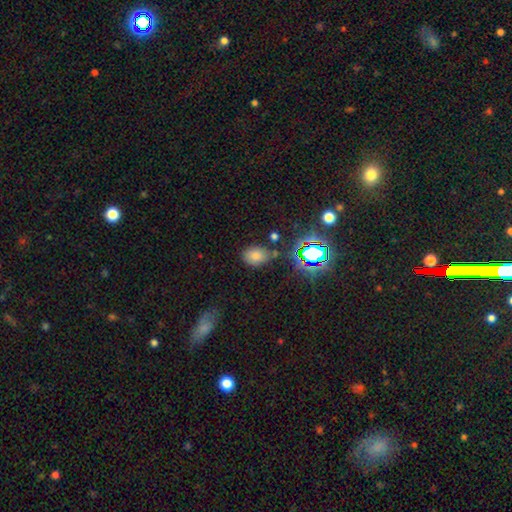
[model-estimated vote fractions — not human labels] Smooth or featured?
  - smooth: 62% *
  - star or artifact: 29%
  - featured or disk: 9%
How rounded?
  - in between: 69% *
  - round: 29%
  - cigar-shaped: 2%
Merging?
  - none: 77% *
  - minor disturbance: 15%
  - major disturbance: 5%
  - merger: 4%